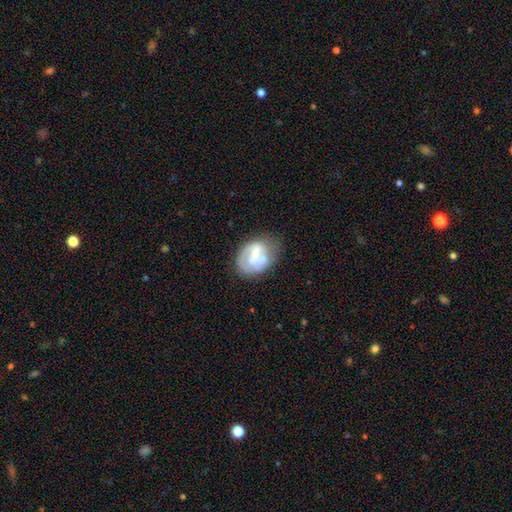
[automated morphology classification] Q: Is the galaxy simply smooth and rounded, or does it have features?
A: featured or disk — 58%.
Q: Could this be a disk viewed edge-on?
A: no — 97%.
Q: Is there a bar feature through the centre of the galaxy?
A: no — 52%.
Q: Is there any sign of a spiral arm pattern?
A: yes — 52%.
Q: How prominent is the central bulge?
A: small — 42%.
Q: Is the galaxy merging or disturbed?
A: none — 44%.